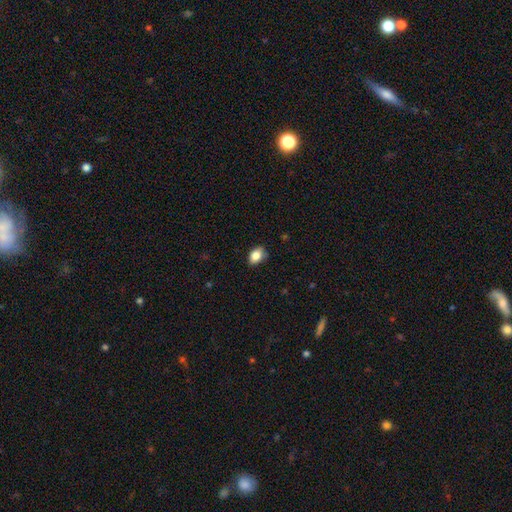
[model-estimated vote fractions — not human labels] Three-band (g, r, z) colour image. It shows a smooth galaxy with no disk features (86%) that is in between round and cigar-shaped (82%). Merging: none (76%).